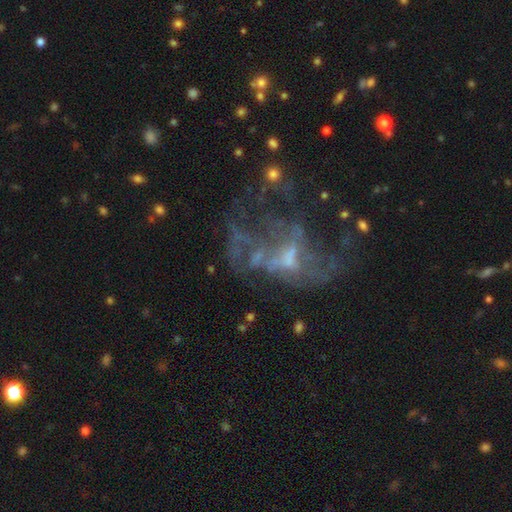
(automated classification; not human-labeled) Smooth or featured: featured or disk — 64% (star or artifact — 21%)
Edge-on disk: no — 97% (yes — 3%)
Bar: no — 68% (weak — 24%)
Spiral arms: no — 71% (yes — 29%)
Bulge size: none — 44% (small — 29%)
Merging: major disturbance — 46% (none — 27%)